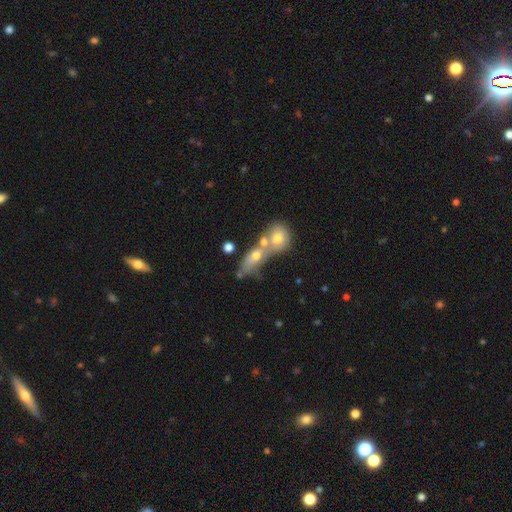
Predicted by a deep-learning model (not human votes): Morphology: type=smooth (56%); roundness=in between (57%); merging=merger (66%).